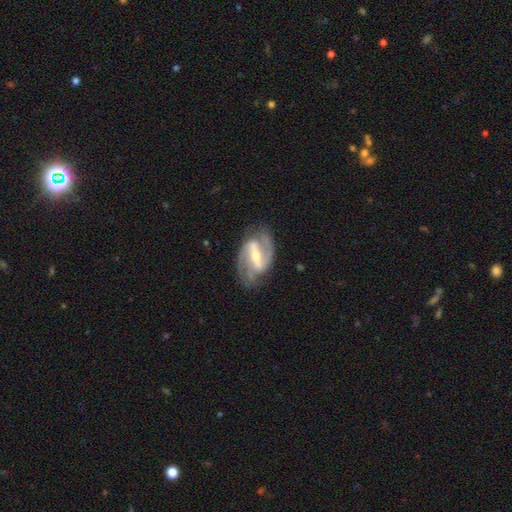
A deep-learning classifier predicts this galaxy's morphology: This is clearly a featured or disk galaxy (89%). It is clearly not viewed edge-on (96%). Bar: likely strong (68%). Spiral arm pattern: clearly yes (96%). Spiral arm count: clearly 2 (82%). Spiral winding: possibly medium (54%). Central bulge: possibly moderate (52%). Merging: likely none (76%).